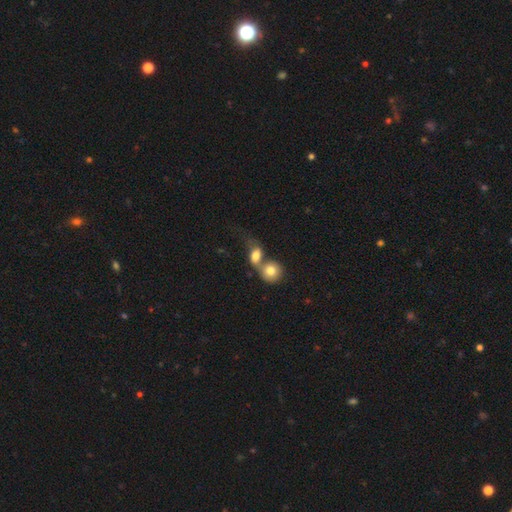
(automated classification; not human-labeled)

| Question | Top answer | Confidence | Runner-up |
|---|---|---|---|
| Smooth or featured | smooth | 73% | featured or disk (18%) |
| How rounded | in between | 55% | round (42%) |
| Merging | merger | 66% | none (18%) |